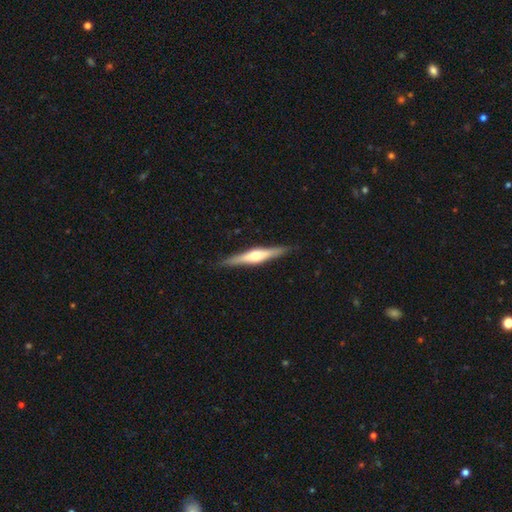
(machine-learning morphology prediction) Smooth or featured: featured or disk — 70% (smooth — 25%)
Edge-on disk: yes — 97% (no — 3%)
Edge-on bulge: rounded — 89% (boxy — 7%)
Merging: none — 90% (minor disturbance — 8%)